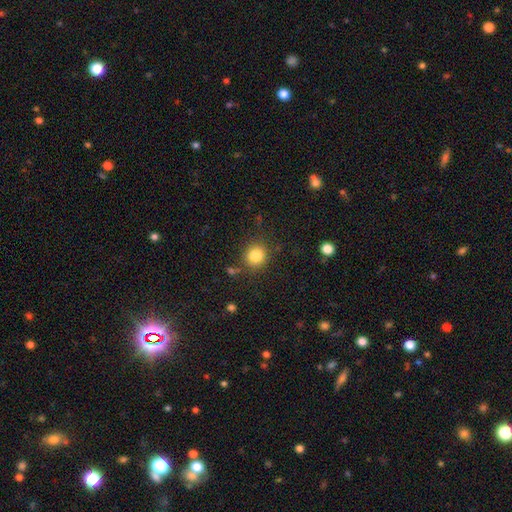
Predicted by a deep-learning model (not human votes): smooth 83%, star or artifact 11%, featured or disk 6%. Down the decision tree: how rounded — round (87%); merging — none (85%).